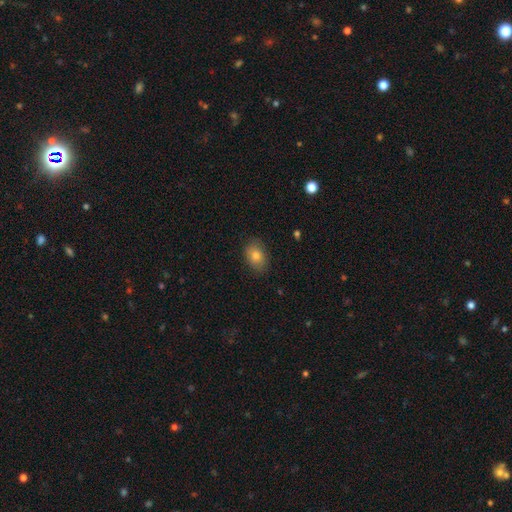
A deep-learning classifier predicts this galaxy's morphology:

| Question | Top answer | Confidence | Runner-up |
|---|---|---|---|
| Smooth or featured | smooth | 79% | featured or disk (11%) |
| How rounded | in between | 79% | round (20%) |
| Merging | none | 83% | minor disturbance (13%) |